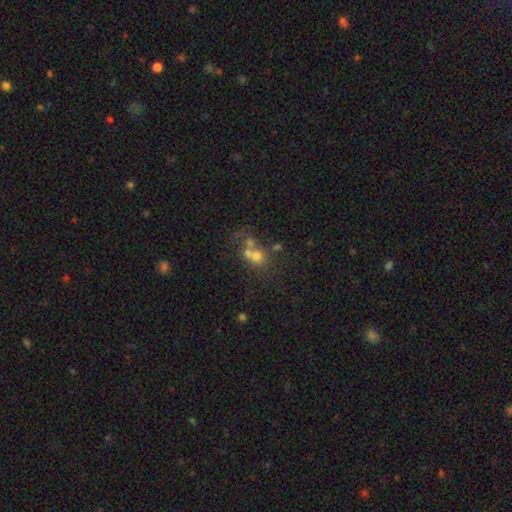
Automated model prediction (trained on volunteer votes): This is possibly a smooth galaxy (57%). How rounded: likely round (76%). Merging: possibly merger (53%).